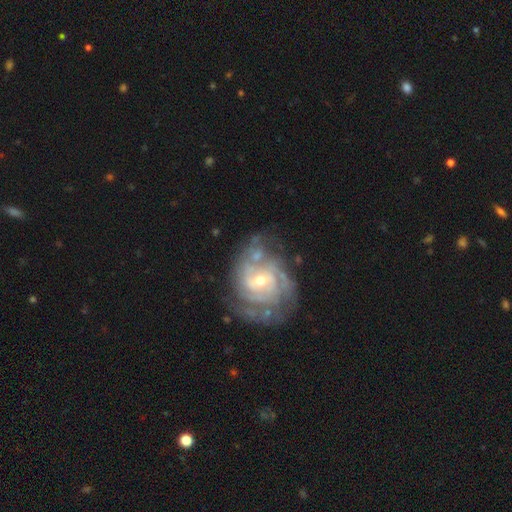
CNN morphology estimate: Smooth or featured? featured or disk (87%)
Edge-on disk? no (97%)
Bar? no (48%)
Spiral arms? yes (95%)
Spiral winding? tight (66%)
Spiral arm count? can't tell (34%)
Bulge size? small (53%)
Merging? none (63%)